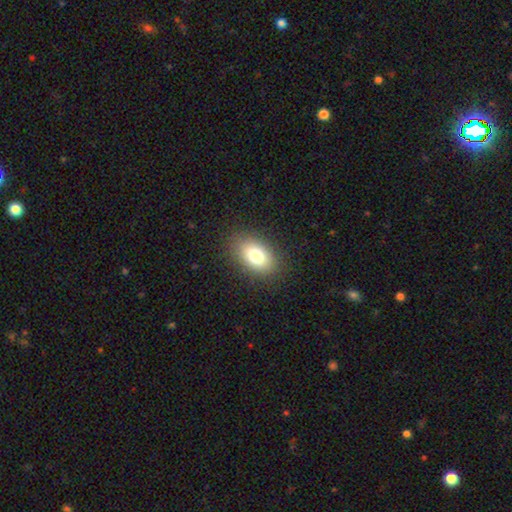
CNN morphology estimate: A smooth galaxy with no disk features (78%) that is in between round and cigar-shaped (87%).

Vote fractions:
- Smooth or featured? smooth: 78% / featured or disk: 12% / star or artifact: 10%
- How rounded? in between: 87% / round: 12% / cigar-shaped: 2%
- Merging? none: 86% / minor disturbance: 10% / major disturbance: 3% / merger: 1%